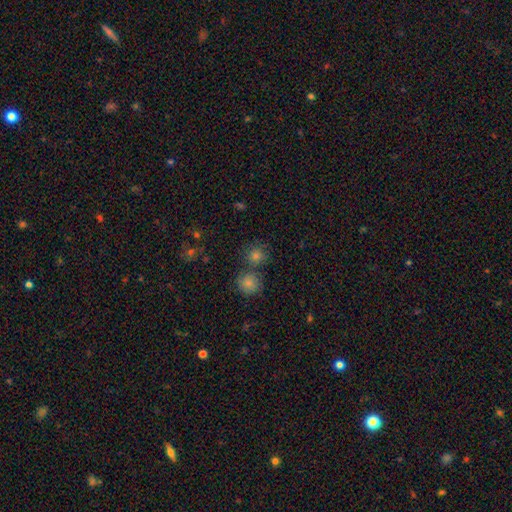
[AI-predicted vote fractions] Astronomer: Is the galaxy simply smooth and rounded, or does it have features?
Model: smooth — 76%.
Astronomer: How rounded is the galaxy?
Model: round — 88%.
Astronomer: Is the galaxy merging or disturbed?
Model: none — 63%.